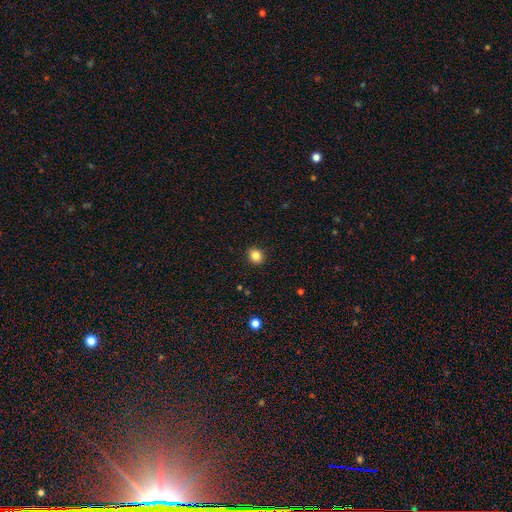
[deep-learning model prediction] Smooth or featured: smooth — 84% (star or artifact — 11%)
How rounded: round — 71% (in between — 28%)
Merging: none — 91% (minor disturbance — 7%)